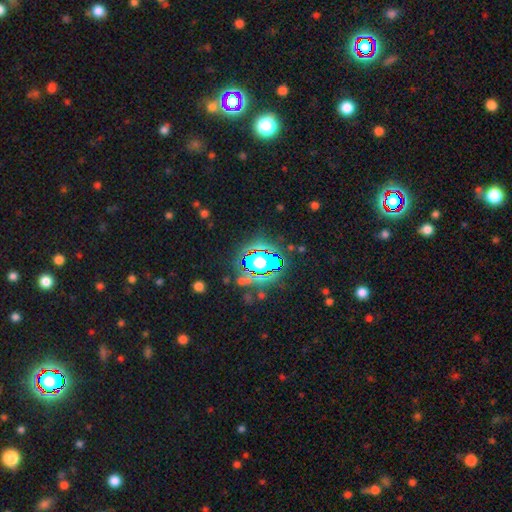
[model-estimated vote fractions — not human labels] Smooth or featured?
  - star or artifact: 82% *
  - smooth: 10%
  - featured or disk: 7%